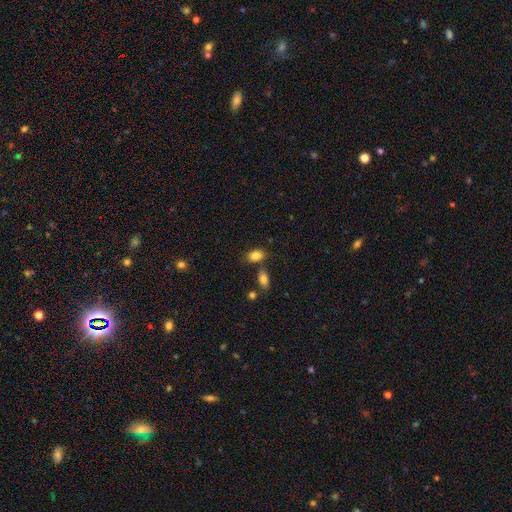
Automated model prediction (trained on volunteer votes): Q: Smooth or featured?
A: smooth (84%); runner-up: star or artifact (9%)
Q: How rounded?
A: in between (84%); runner-up: round (14%)
Q: Merging?
A: none (70%); runner-up: merger (14%)